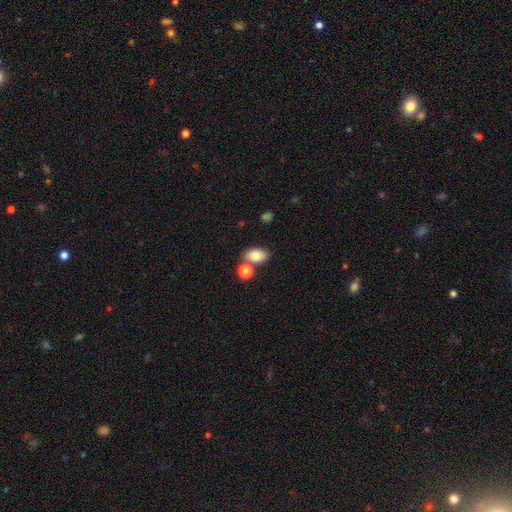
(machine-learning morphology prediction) This appears to be a smooth galaxy with no disk features (81%) that is in between round and cigar-shaped (82%). Merging: none (66%).